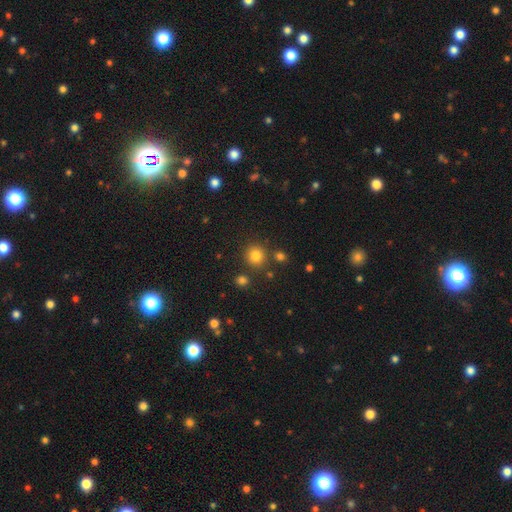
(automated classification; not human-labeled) Smooth or featured?
  - smooth: 81% *
  - star or artifact: 14%
  - featured or disk: 6%
How rounded?
  - round: 91% *
  - in between: 8%
  - cigar-shaped: 1%
Merging?
  - none: 84% *
  - minor disturbance: 7%
  - merger: 6%
  - major disturbance: 3%